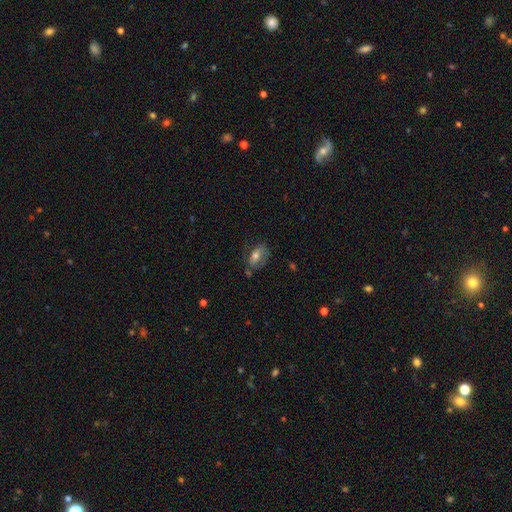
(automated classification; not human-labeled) Smooth or featured: smooth — 51% (featured or disk — 40%)
How rounded: in between — 84% (round — 12%)
Merging: none — 55% (minor disturbance — 24%)